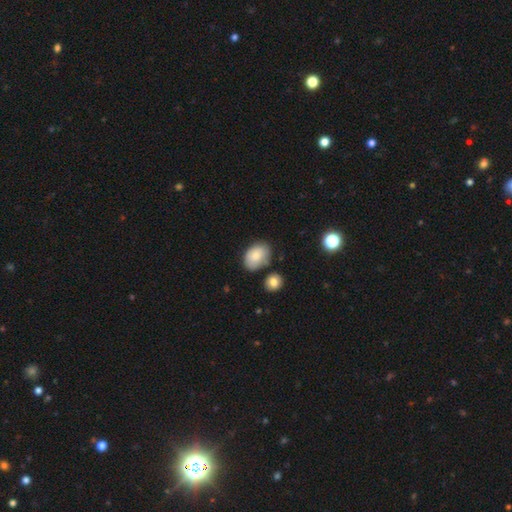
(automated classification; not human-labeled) This appears to be a smooth galaxy with no disk features (83%) that is in between round and cigar-shaped (84%). Merging: none (67%).